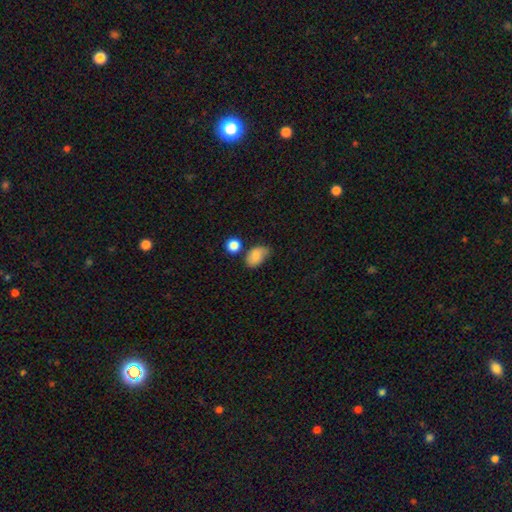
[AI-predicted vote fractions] Overall: smooth (80%). How rounded: in between (82%). Merging: none (54%; minor disturbance 31%).